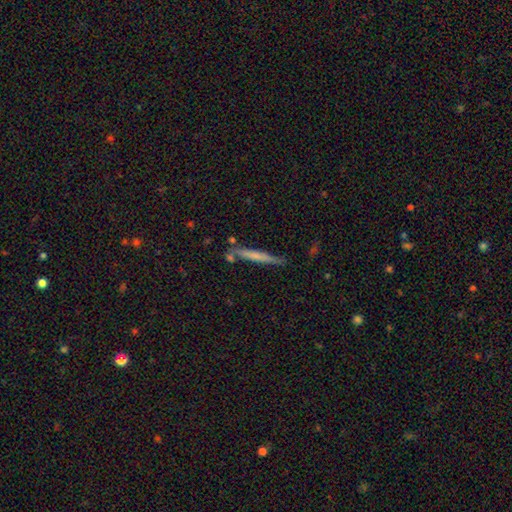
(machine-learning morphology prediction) Q: Smooth or featured?
A: smooth (54%); runner-up: featured or disk (40%)
Q: How rounded?
A: cigar-shaped (95%); runner-up: in between (3%)
Q: Merging?
A: none (78%); runner-up: minor disturbance (13%)